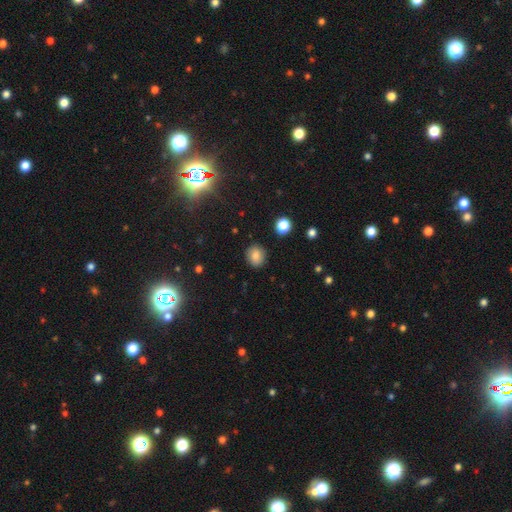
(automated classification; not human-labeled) Morphology: type=smooth (80%); roundness=round (72%); merging=none (88%).